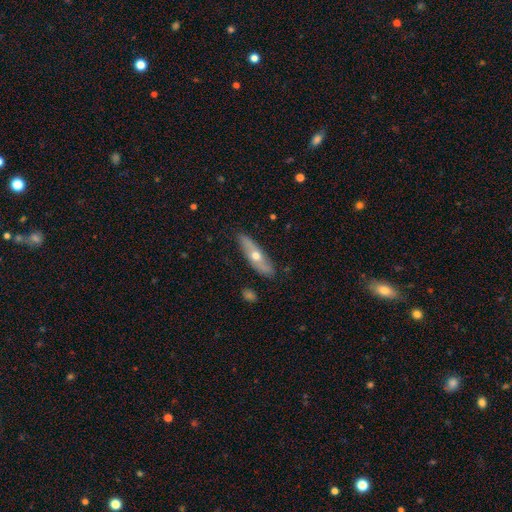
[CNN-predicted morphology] A featured or disk galaxy (52%) viewed edge-on (63%).

Vote fractions:
- Smooth or featured? featured or disk: 52% / smooth: 42% / star or artifact: 6%
- Edge-on disk? yes: 63% / no: 37%
- Merging? none: 84% / minor disturbance: 12% / major disturbance: 2% / merger: 1%